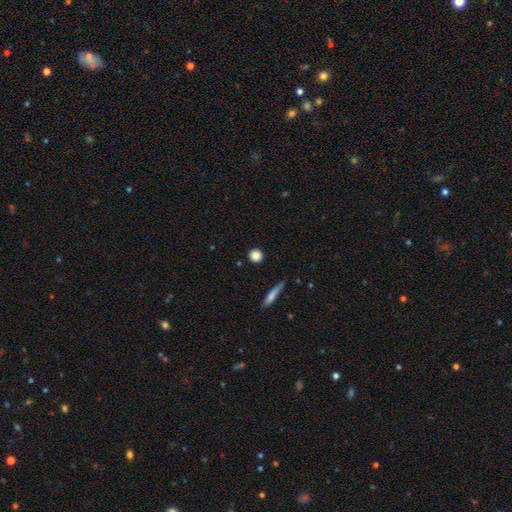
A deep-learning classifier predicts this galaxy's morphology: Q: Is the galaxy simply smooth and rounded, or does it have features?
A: smooth — 85%.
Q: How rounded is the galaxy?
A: round — 90%.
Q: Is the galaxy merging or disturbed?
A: none — 90%.